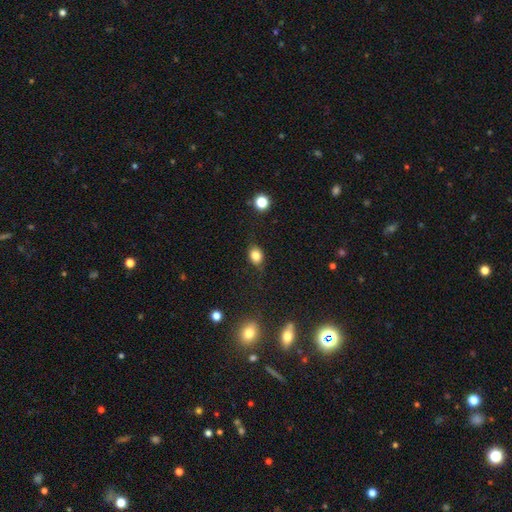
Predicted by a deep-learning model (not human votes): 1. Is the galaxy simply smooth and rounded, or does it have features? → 81% smooth, 11% star or artifact, 8% featured or disk.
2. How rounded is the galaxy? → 61% in between, 38% round, 1% cigar-shaped.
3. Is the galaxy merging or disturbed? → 78% none, 16% minor disturbance, 4% major disturbance, 2% merger.